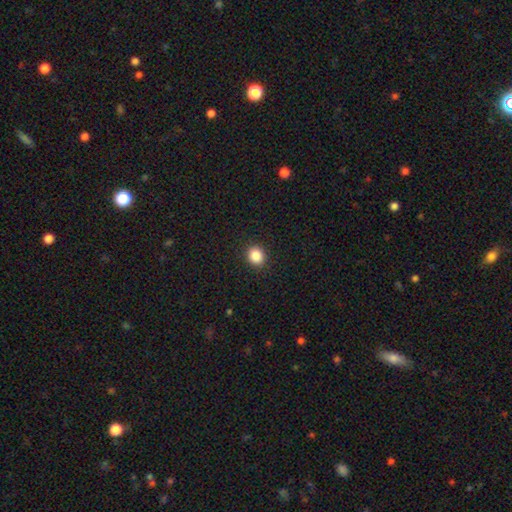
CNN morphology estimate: A smooth galaxy with no disk features (87%) that is round (71%). Merging: none (91%).